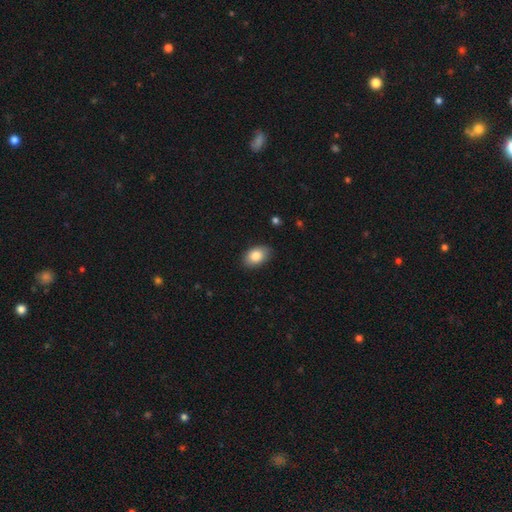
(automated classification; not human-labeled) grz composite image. It shows a smooth galaxy with no disk features (84%) that is in between round and cigar-shaped (86%). Merging: none (85%).